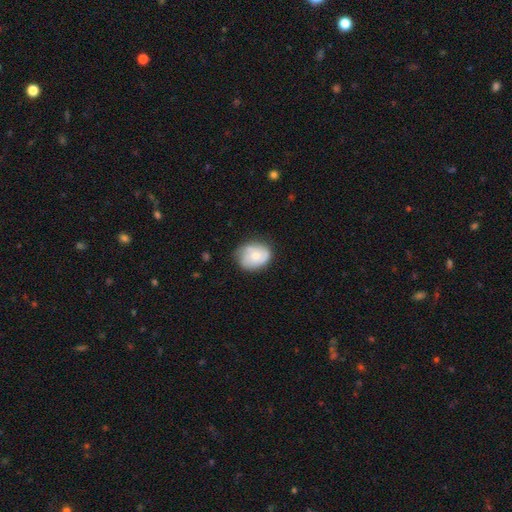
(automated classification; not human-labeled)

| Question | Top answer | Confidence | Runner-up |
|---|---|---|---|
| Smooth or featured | smooth | 51% | featured or disk (42%) |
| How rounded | round | 50% | in between (49%) |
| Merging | none | 65% | minor disturbance (26%) |